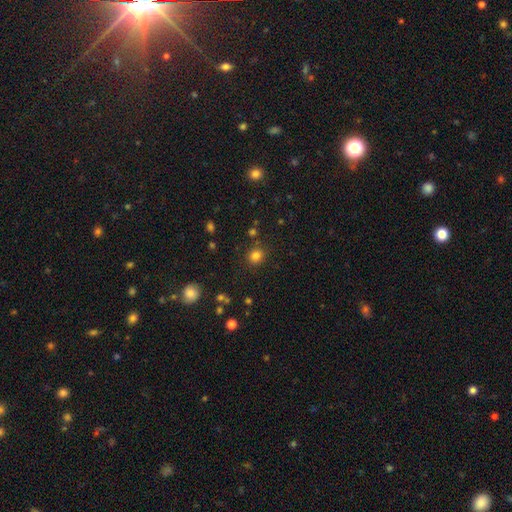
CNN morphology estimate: A smooth galaxy with no disk features (81%) that is round (81%).

Vote fractions:
- Smooth or featured? smooth: 81% / star or artifact: 14% / featured or disk: 5%
- How rounded? round: 81% / in between: 18% / cigar-shaped: 1%
- Merging? none: 85% / minor disturbance: 8% / merger: 3% / major disturbance: 3%